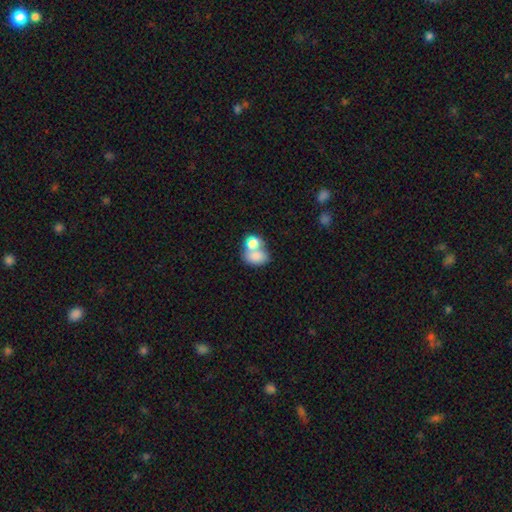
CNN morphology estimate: The model was most divided on "merging": merger: 56%, none: 28%, minor disturbance: 10%, major disturbance: 6%. More confident: smooth or featured — smooth (77%); how rounded — in between (66%).